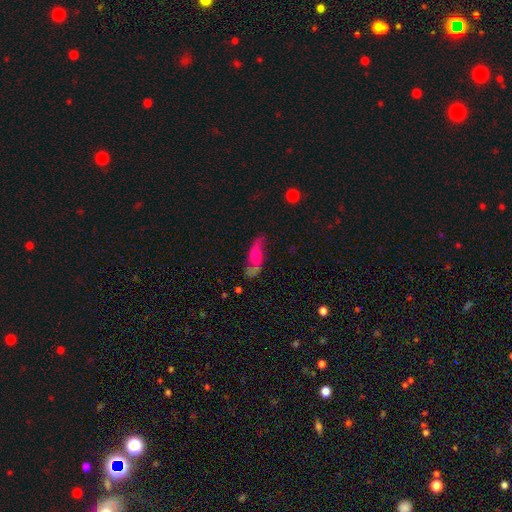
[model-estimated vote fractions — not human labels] Smooth or featured: featured or disk — 58% (smooth — 33%)
Edge-on disk: no — 82% (yes — 18%)
Merging: none — 53% (minor disturbance — 23%)